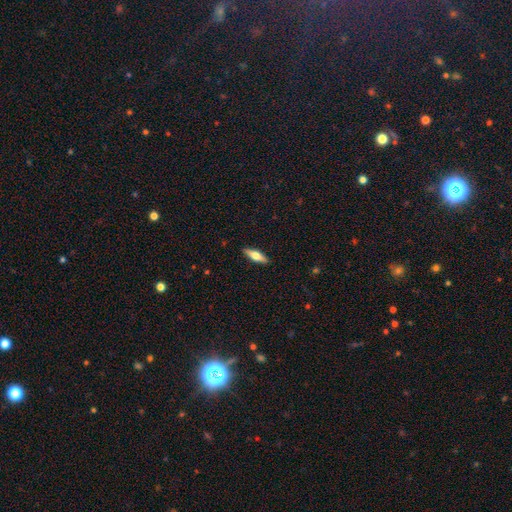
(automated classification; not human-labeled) A smooth galaxy with no disk features (51%) that is cigar-shaped (52%).

Vote fractions:
- Smooth or featured? smooth: 51% / featured or disk: 43% / star or artifact: 6%
- How rounded? cigar-shaped: 52% / in between: 46% / round: 3%
- Merging? none: 90% / minor disturbance: 8% / major disturbance: 2% / merger: 1%